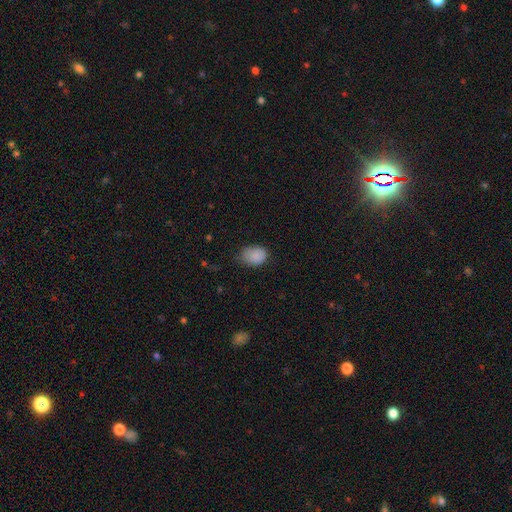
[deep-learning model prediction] Morphology: type=smooth (86%); roundness=in between (69%); merging=none (56%).